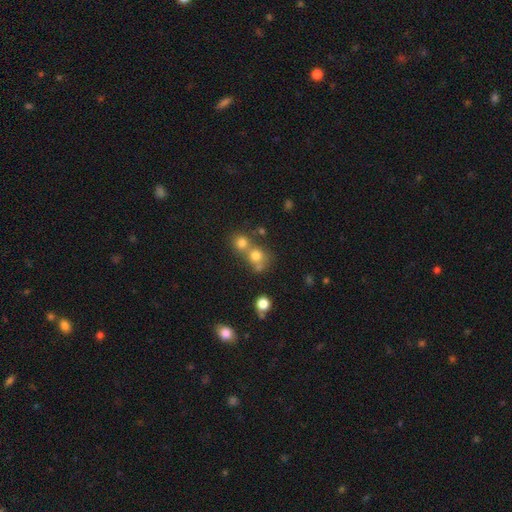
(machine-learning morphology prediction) This appears to be a smooth galaxy with no disk features (72%) that is round (82%). Merging: merger (49%).